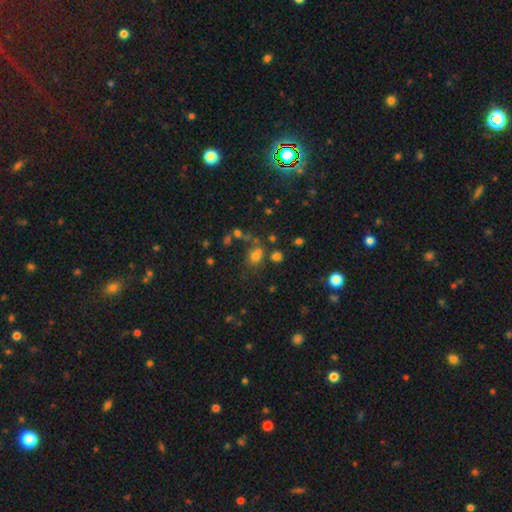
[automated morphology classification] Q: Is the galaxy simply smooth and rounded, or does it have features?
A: smooth — 67%.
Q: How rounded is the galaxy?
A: round — 58%.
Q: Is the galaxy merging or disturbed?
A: none — 56%.